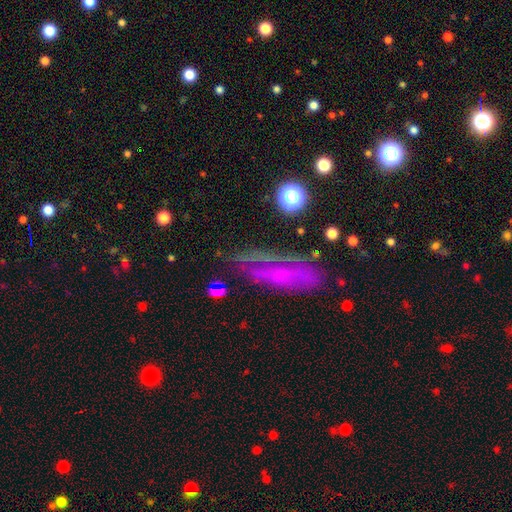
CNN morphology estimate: The model was most divided on "smooth or featured": featured or disk: 53%, smooth: 29%, star or artifact: 18%. More confident: edge-on disk — no (73%); merging — none (61%).